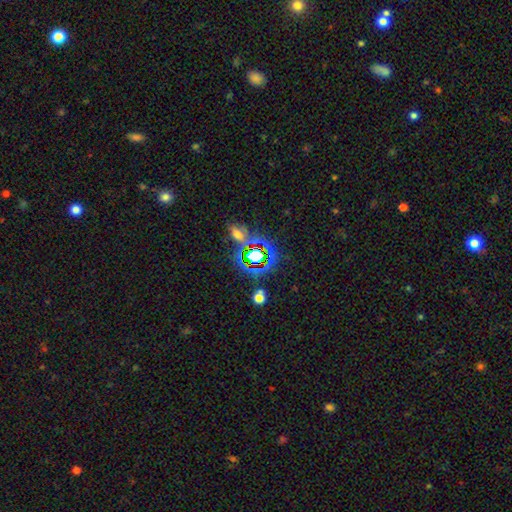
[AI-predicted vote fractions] Overall: star or artifact (67%).